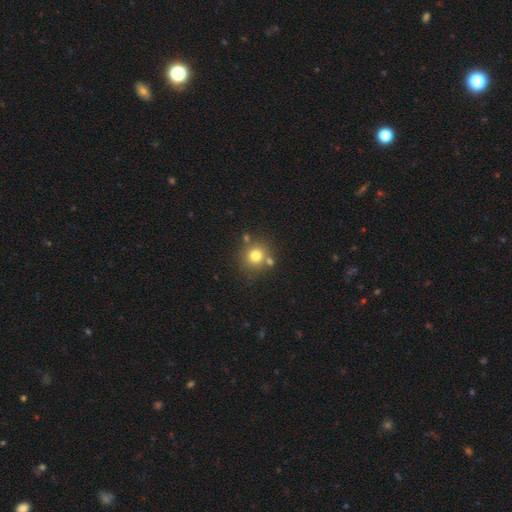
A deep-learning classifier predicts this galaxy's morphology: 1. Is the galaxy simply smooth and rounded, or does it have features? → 76% smooth, 13% star or artifact, 11% featured or disk.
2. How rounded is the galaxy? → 86% round, 13% in between, 1% cigar-shaped.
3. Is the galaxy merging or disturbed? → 70% none, 16% merger, 10% minor disturbance, 3% major disturbance.